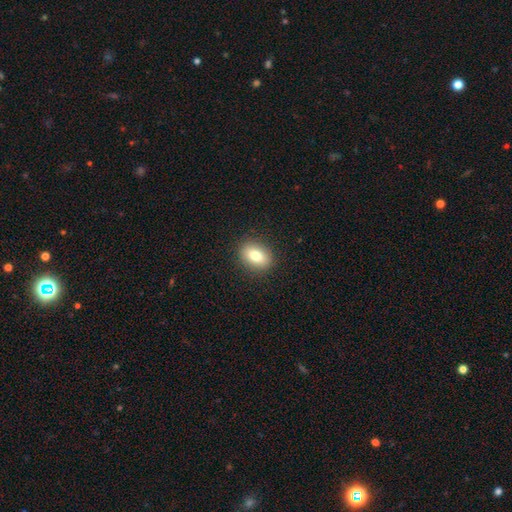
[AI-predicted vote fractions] Morphology: type=smooth (80%); roundness=in between (75%); merging=none (89%).